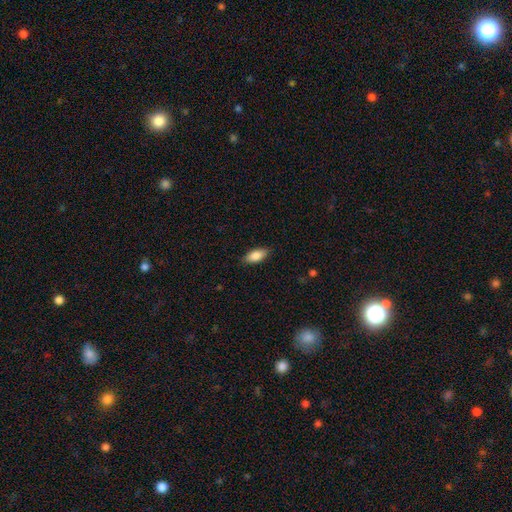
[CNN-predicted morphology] Smooth or featured? Predicted: smooth (p=0.85). How rounded? Predicted: in between (p=0.87). Merging? Predicted: none (p=0.86).